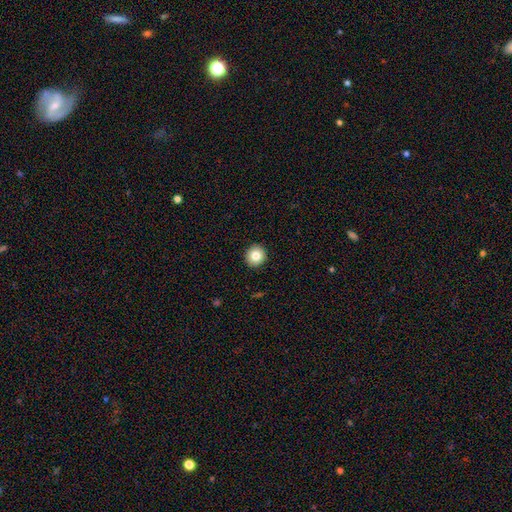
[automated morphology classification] A smooth galaxy with no disk features (82%) that is round (93%).

Vote fractions:
- Smooth or featured? smooth: 82% / star or artifact: 10% / featured or disk: 9%
- How rounded? round: 93% / in between: 6% / cigar-shaped: 1%
- Merging? none: 93% / minor disturbance: 4% / major disturbance: 1% / merger: 1%